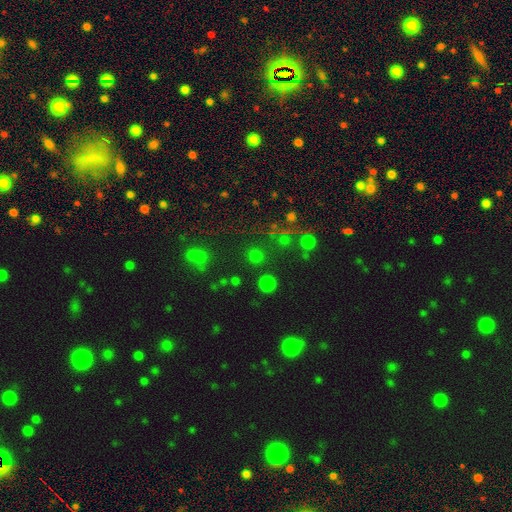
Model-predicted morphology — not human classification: This is likely a smooth galaxy (69%). How rounded: clearly round (91%). Merging: clearly none (85%).